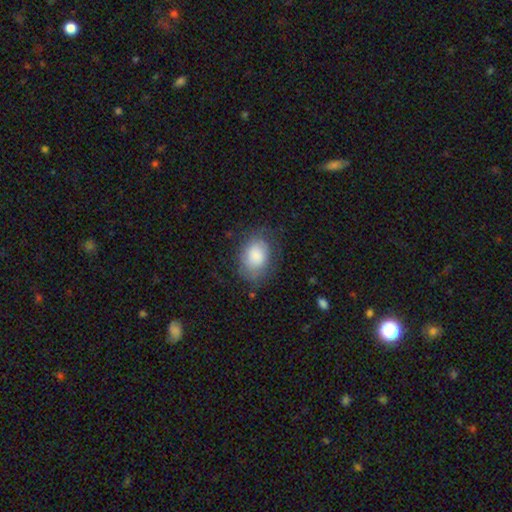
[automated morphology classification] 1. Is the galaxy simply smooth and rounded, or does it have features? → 75% smooth, 17% featured or disk, 8% star or artifact.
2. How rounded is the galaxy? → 68% in between, 31% round, 1% cigar-shaped.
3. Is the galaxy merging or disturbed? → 62% none, 24% minor disturbance, 12% major disturbance, 2% merger.